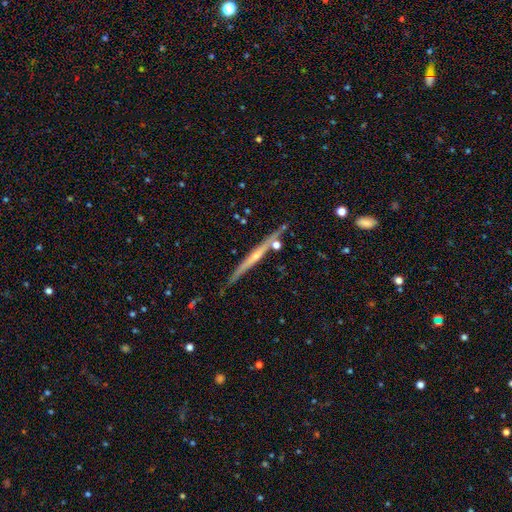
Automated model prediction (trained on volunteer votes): Smooth or featured?
  - featured or disk: 69% *
  - smooth: 24%
  - star or artifact: 7%
Edge-on disk?
  - yes: 97% *
  - no: 3%
Edge-on bulge?
  - none: 52% *
  - rounded: 42%
  - boxy: 6%
Merging?
  - none: 81% *
  - minor disturbance: 12%
  - merger: 5%
  - major disturbance: 2%